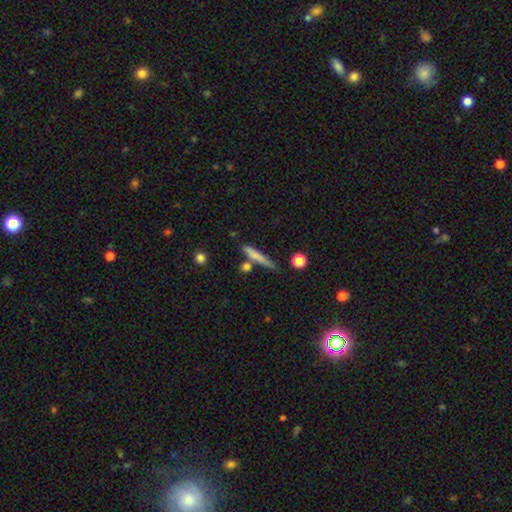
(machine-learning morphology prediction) This is likely a smooth galaxy (73%). How rounded: clearly cigar-shaped (91%). Merging: likely none (67%).